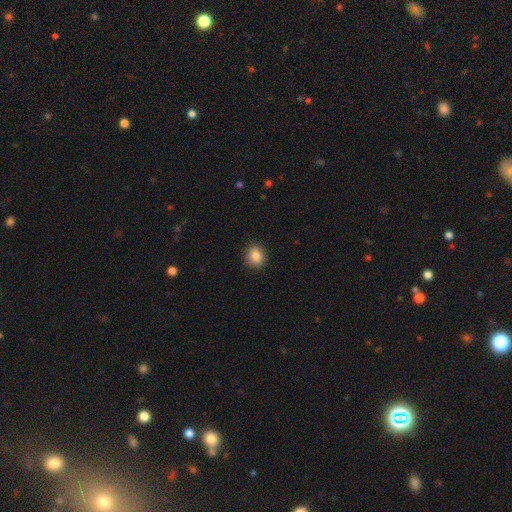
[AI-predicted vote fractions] Morphology: type=smooth (86%); roundness=round (58%); merging=none (87%).